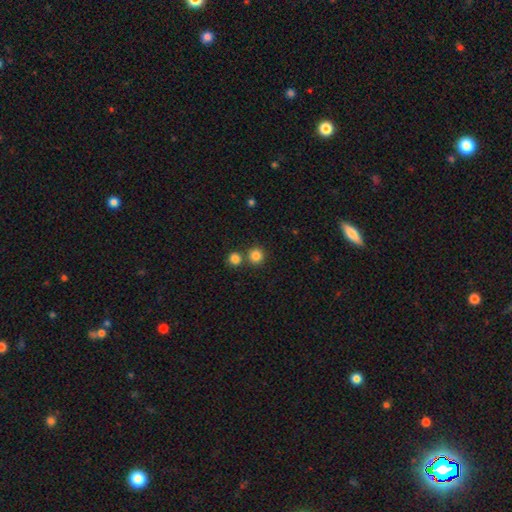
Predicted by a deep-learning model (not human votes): Smooth or featured: smooth — 83% (star or artifact — 12%)
How rounded: round — 94% (in between — 5%)
Merging: none — 73% (merger — 19%)